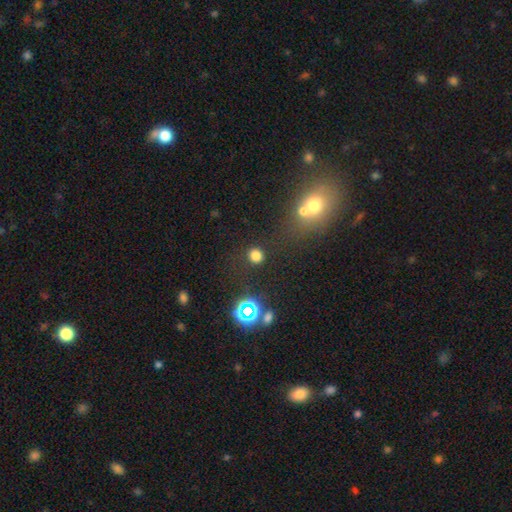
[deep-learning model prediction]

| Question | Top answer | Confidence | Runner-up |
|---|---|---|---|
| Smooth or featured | smooth | 76% | star or artifact (19%) |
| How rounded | round | 82% | in between (17%) |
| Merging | none | 85% | minor disturbance (8%) |